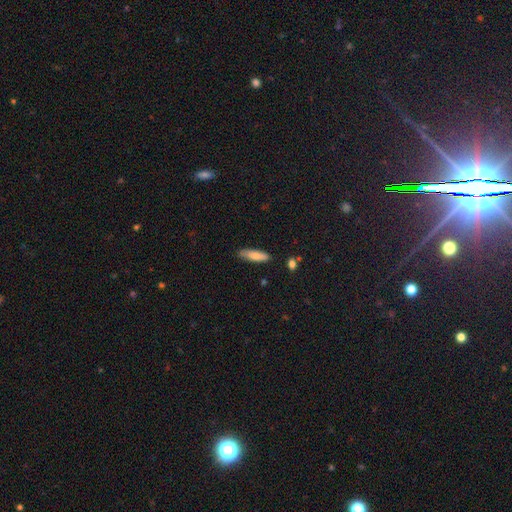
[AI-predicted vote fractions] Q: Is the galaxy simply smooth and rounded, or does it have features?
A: smooth — 80%.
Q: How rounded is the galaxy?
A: cigar-shaped — 65%.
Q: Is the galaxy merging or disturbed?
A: none — 79%.